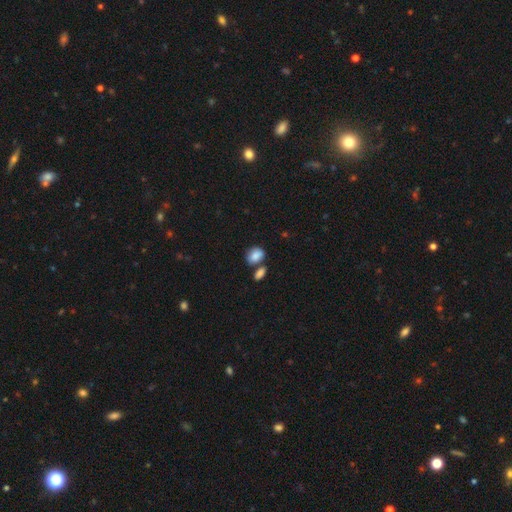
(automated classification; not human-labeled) Q: Smooth or featured?
A: smooth (86%); runner-up: star or artifact (8%)
Q: How rounded?
A: in between (63%); runner-up: round (35%)
Q: Merging?
A: none (55%); runner-up: merger (28%)